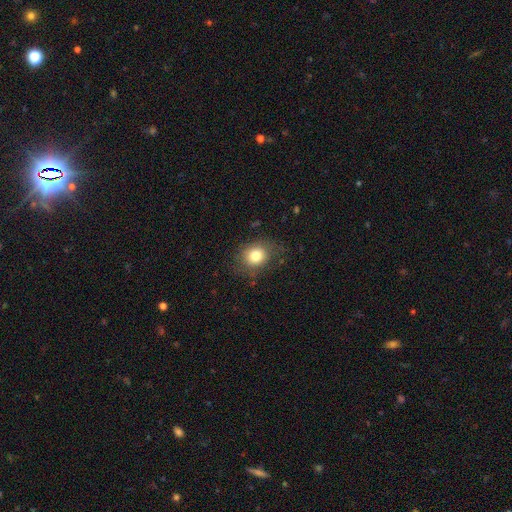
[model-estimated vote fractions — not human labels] Smooth or featured: smooth — 79% (star or artifact — 11%)
How rounded: round — 68% (in between — 31%)
Merging: none — 74% (minor disturbance — 18%)